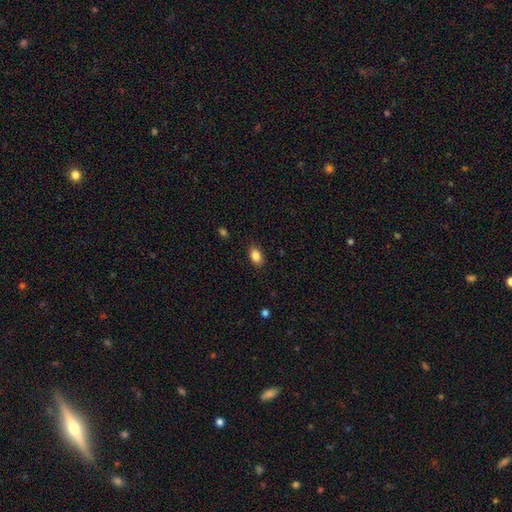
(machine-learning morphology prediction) type=smooth (85%); roundness=in between (84%); merging=none (88%).